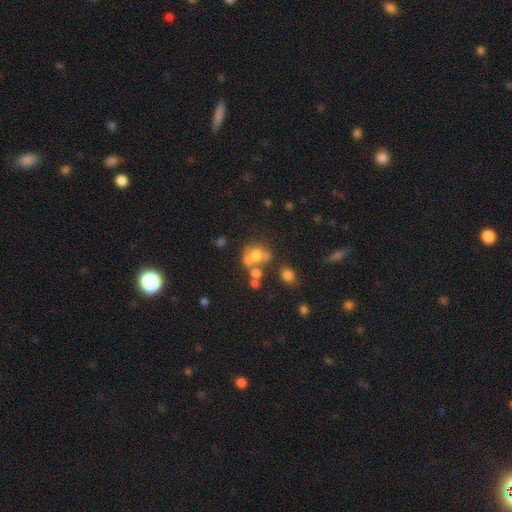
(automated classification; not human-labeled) Smooth or featured?
  - smooth: 55% *
  - featured or disk: 28%
  - star or artifact: 16%
How rounded?
  - round: 64% *
  - in between: 35%
  - cigar-shaped: 1%
Merging?
  - merger: 41% *
  - none: 35%
  - minor disturbance: 14%
  - major disturbance: 11%